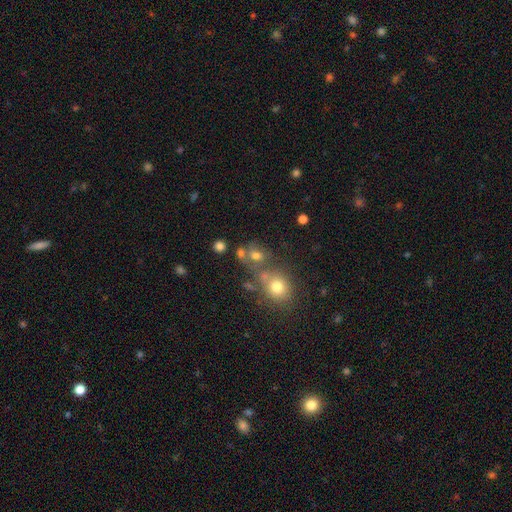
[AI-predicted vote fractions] smooth_or_featured: smooth (p=0.65) [alt: star or artifact p=0.18]
how_rounded: round (p=0.63) [alt: in between p=0.35]
merging: none (p=0.46) [alt: merger p=0.32]